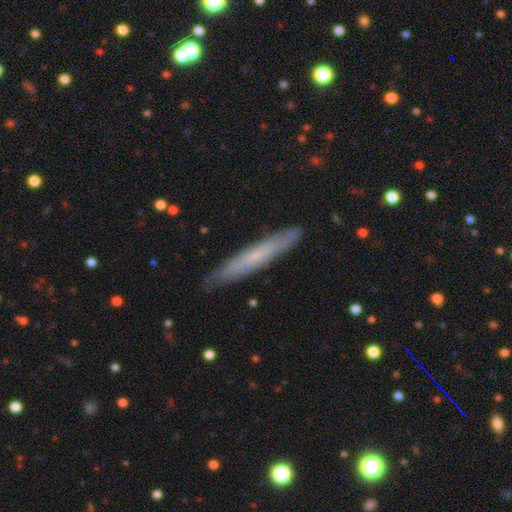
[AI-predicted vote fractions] smooth-or-featured: smooth: 50% | featured or disk: 44% | star or artifact: 6%
  merging: none: 87% | minor disturbance: 10% | major disturbance: 2% | merger: 1%